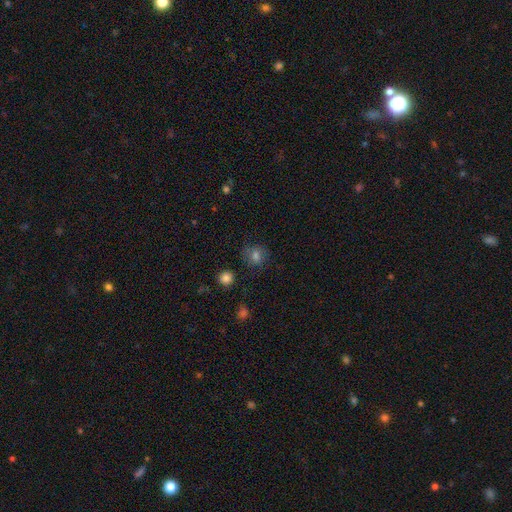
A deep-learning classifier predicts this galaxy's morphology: Smooth or featured? Predicted: smooth (p=0.75). How rounded? Predicted: round (p=0.72). Merging? Predicted: none (p=0.75).